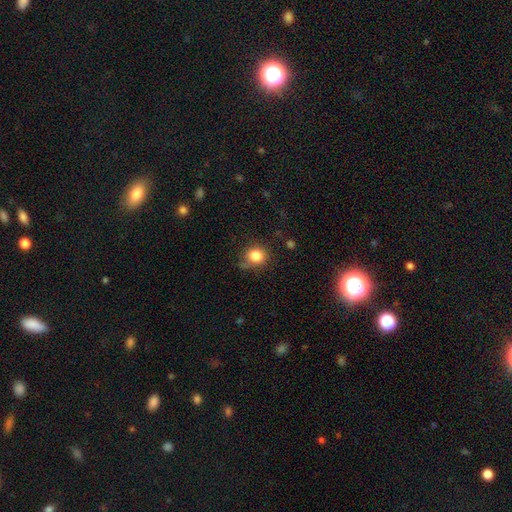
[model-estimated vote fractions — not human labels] The model was most divided on "merging": none: 69%, minor disturbance: 22%, major disturbance: 6%, merger: 3%. More confident: smooth or featured — smooth (83%); how rounded — round (81%).